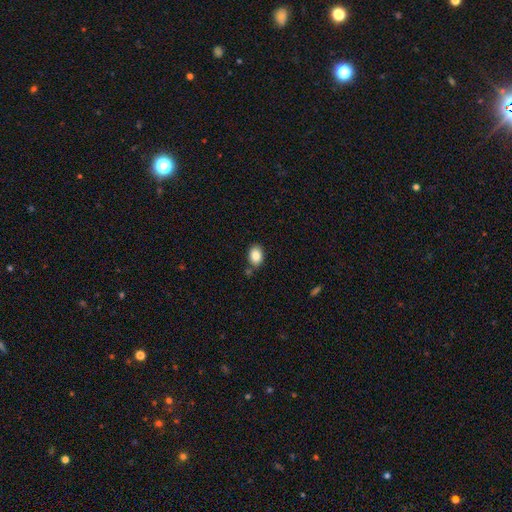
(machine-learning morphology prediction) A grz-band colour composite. It shows a smooth galaxy with no disk features (85%) that is in between round and cigar-shaped (74%). Merging: none (75%).